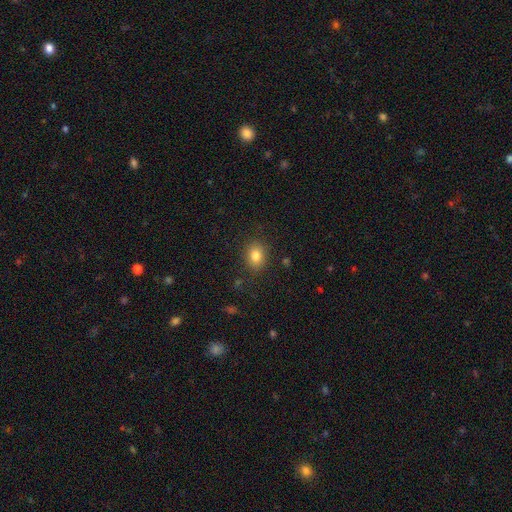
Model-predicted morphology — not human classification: smooth-or-featured: smooth: 82% | star or artifact: 11% | featured or disk: 7%
  how-rounded: in between: 56% | round: 43% | cigar-shaped: 1%
  merging: none: 84% | minor disturbance: 11% | major disturbance: 3% | merger: 2%